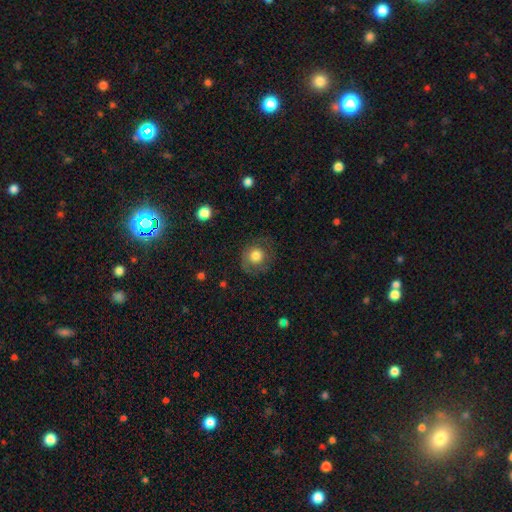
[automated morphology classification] A smooth galaxy with no disk features (72%) that is round (88%). Merging: none (73%).